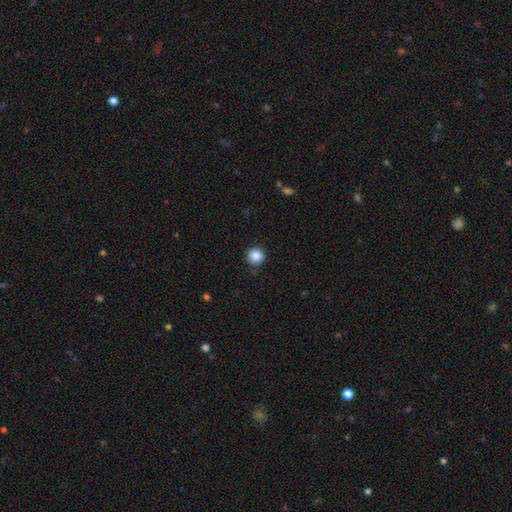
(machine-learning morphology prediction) A smooth galaxy with no disk features (87%) that is round (95%). Merging: none (90%).